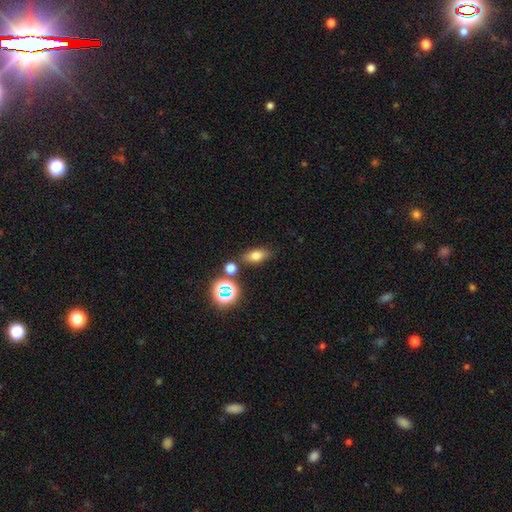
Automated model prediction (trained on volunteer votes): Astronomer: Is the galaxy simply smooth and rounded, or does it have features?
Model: smooth — 69%.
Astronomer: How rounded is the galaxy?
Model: in between — 76%.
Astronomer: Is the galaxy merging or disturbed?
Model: none — 79%.